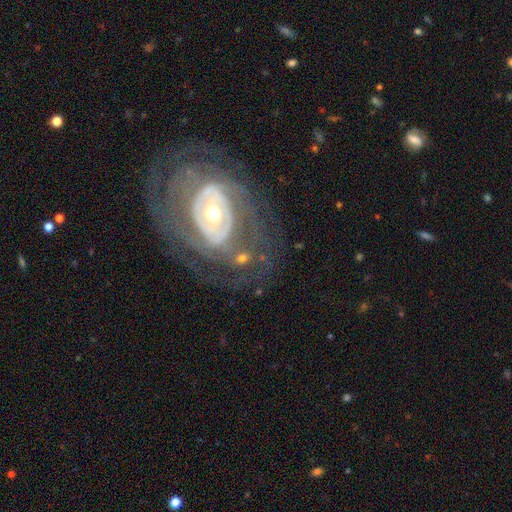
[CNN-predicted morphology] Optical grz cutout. It shows a featured or disk galaxy (80%) with no bar (54%), tight (65%) spiral arms (71%) and a moderate central bulge (46%). Merging: none (71%).